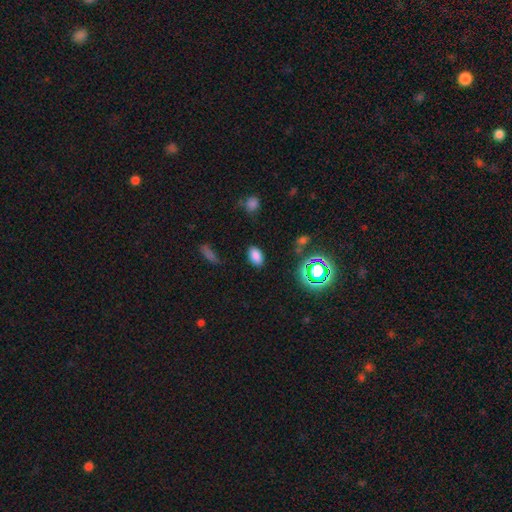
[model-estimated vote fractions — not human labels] Overall: smooth (78%). How rounded: in between (90%). Merging: none (85%).